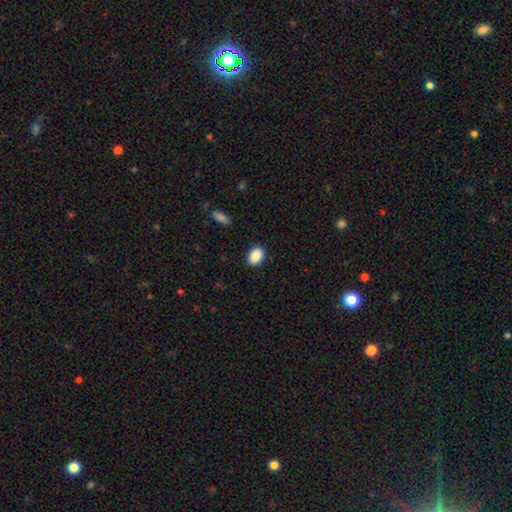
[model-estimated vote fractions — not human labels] Smooth or featured: smooth — 90% (star or artifact — 7%)
How rounded: in between — 82% (round — 17%)
Merging: none — 87% (minor disturbance — 10%)